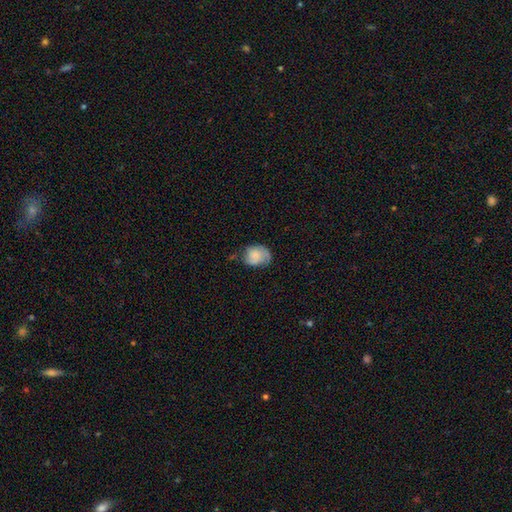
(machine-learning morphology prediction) Overall: smooth (67%). How rounded: in between (55%; round 44%). Merging: none (45%; minor disturbance 36%).